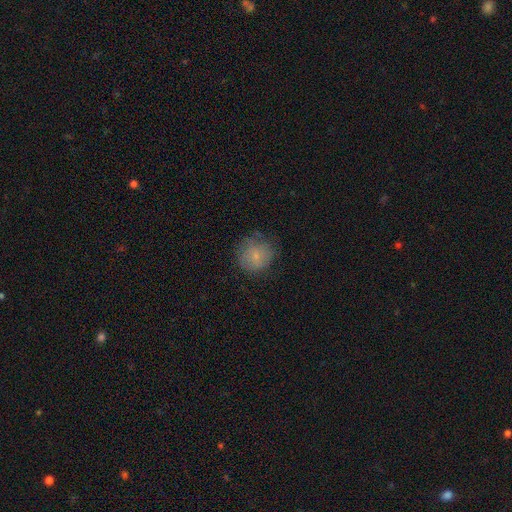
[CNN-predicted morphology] Smooth or featured? Predicted: smooth (p=0.73). How rounded? Predicted: round (p=0.86). Merging? Predicted: none (p=0.69).